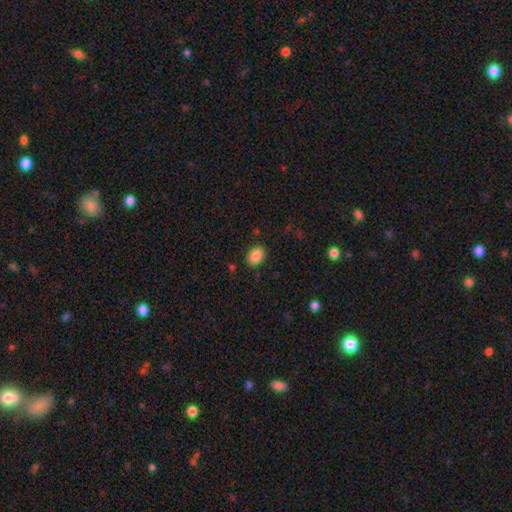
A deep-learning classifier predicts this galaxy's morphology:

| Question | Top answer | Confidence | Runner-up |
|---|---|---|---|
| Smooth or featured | smooth | 87% | star or artifact (8%) |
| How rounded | in between | 76% | round (23%) |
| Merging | none | 87% | minor disturbance (10%) |